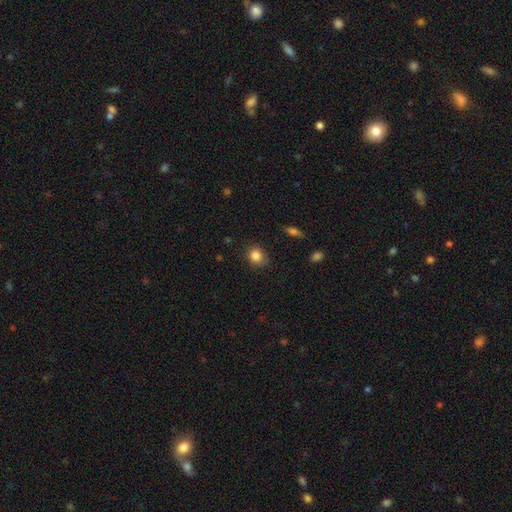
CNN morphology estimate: Overall: smooth (84%). How rounded: round (66%; in between 33%). Merging: none (80%).